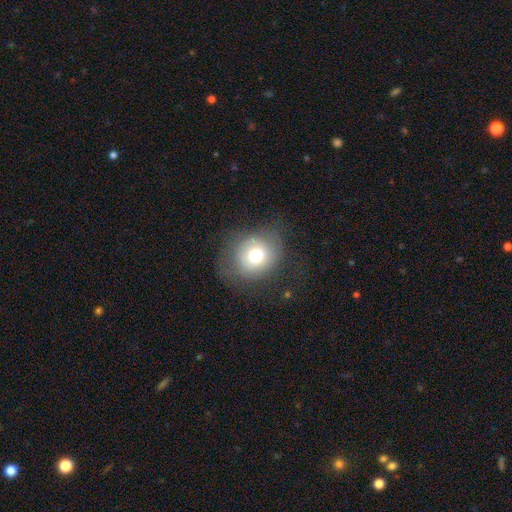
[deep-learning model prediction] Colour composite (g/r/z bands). It shows a smooth galaxy with no disk features (70%) that is round (78%). Merging: none (68%).